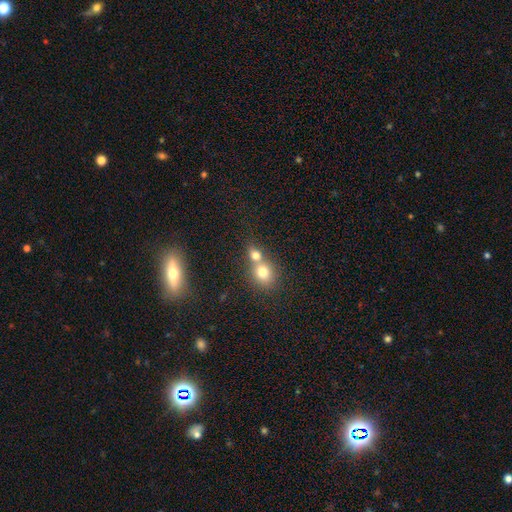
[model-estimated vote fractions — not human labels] The model was most divided on "merging": merger: 61%, none: 31%, minor disturbance: 6%, major disturbance: 3%. More confident: smooth or featured — smooth (75%); how rounded — round (70%).